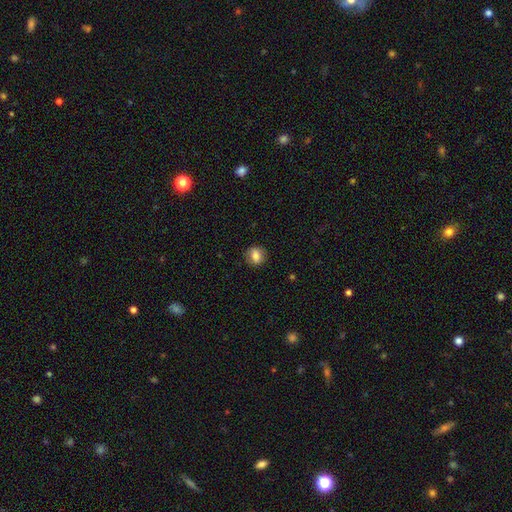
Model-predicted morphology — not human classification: smooth-or-featured: smooth: 78% | featured or disk: 13% | star or artifact: 9%
  how-rounded: round: 68% | in between: 31% | cigar-shaped: 1%
  merging: none: 84% | minor disturbance: 11% | major disturbance: 3% | merger: 1%